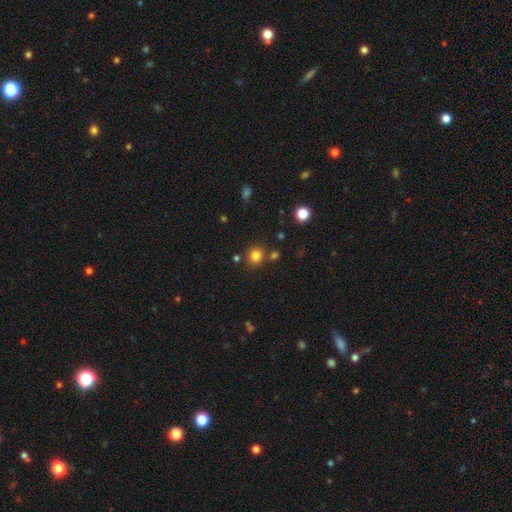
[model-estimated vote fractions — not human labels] Q: Smooth or featured?
A: smooth (81%); runner-up: star or artifact (13%)
Q: How rounded?
A: round (80%); runner-up: in between (19%)
Q: Merging?
A: none (80%); runner-up: minor disturbance (9%)